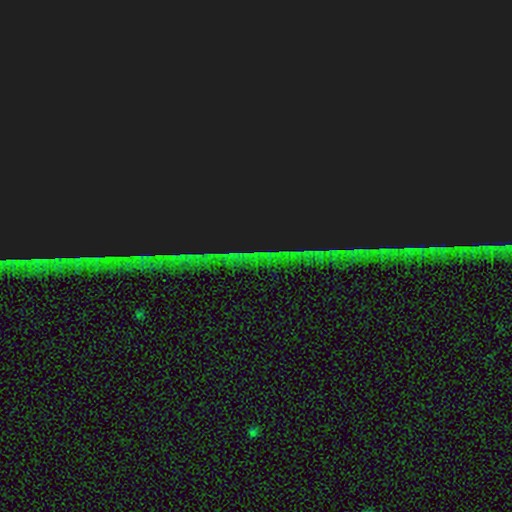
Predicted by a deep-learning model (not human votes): This appears to be a star or artifact, not a galaxy (85%).